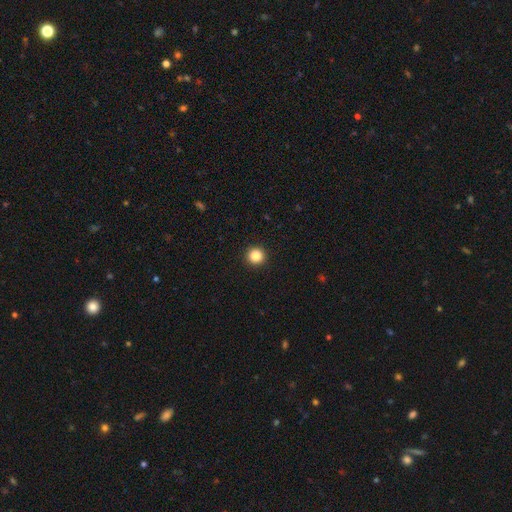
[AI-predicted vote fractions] This appears to be a smooth galaxy with no disk features (85%) that is round (96%). Merging: none (94%).